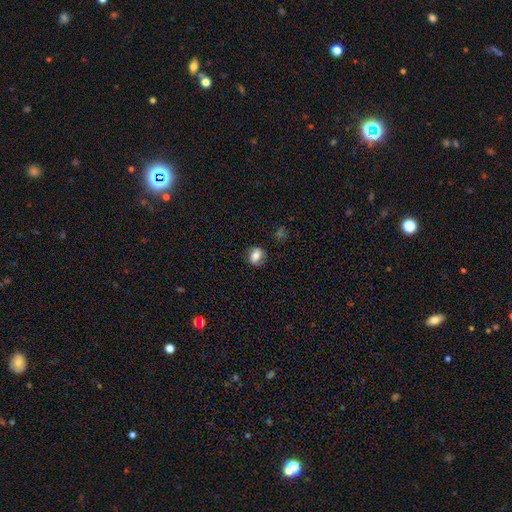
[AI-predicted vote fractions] This is likely a smooth galaxy (72%). How rounded: possibly in between (52%). Merging: likely none (78%).